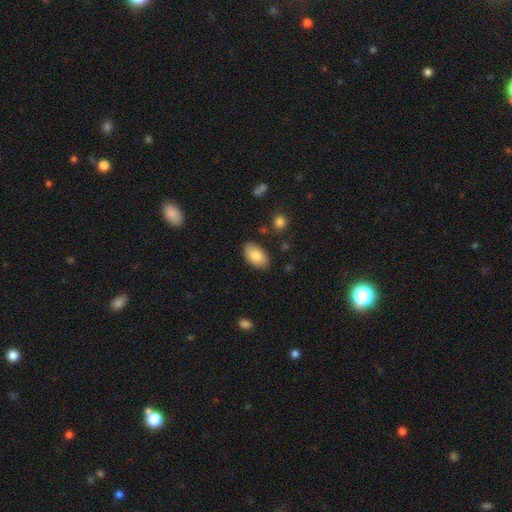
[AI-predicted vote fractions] A smooth galaxy with no disk features (82%) that is in between round and cigar-shaped (94%). Merging: none (85%).